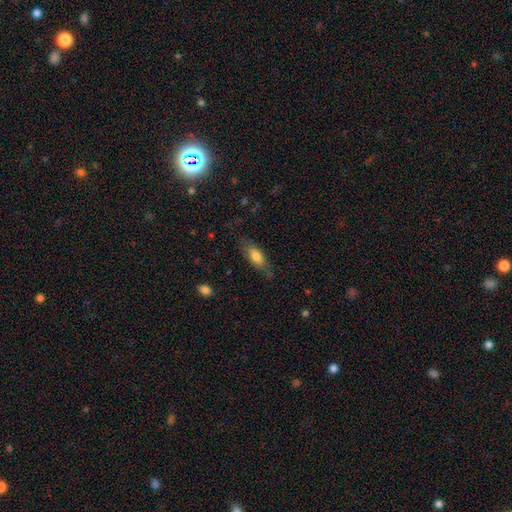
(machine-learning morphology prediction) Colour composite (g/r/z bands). It shows a smooth galaxy with no disk features (72%) that is in between round and cigar-shaped (73%). Merging: none (69%).